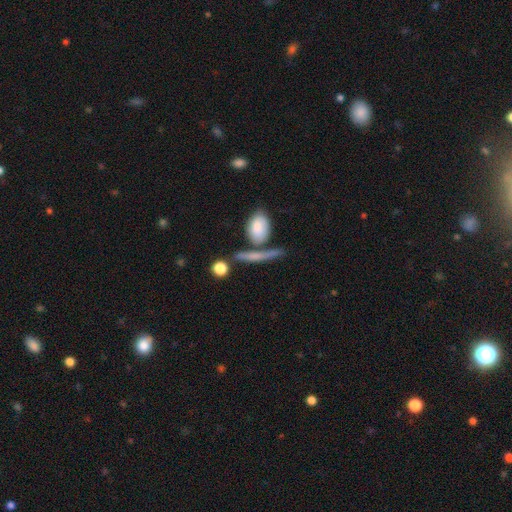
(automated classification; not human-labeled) The model was most divided on "smooth or featured": smooth: 52%, featured or disk: 37%, star or artifact: 11%. More confident: merging — none (63%); how rounded — cigar-shaped (52%).